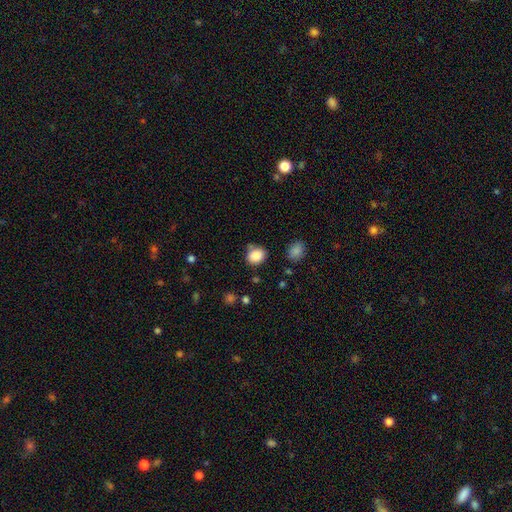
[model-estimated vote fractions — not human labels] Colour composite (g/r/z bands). It shows a smooth galaxy with no disk features (86%) that is round (62%). Merging: none (72%).